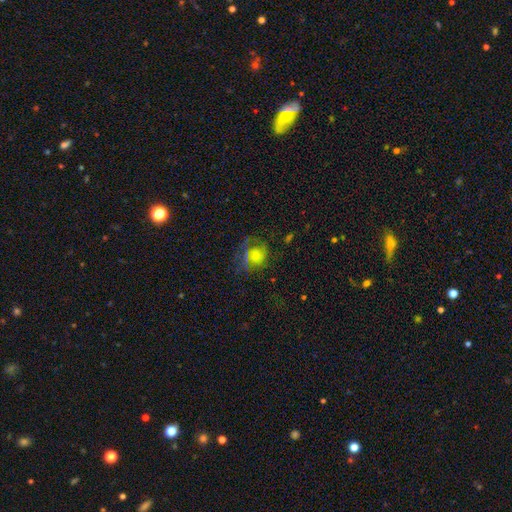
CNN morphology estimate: Overall: smooth (49%; featured or disk 37%). Merging: none (49%; major disturbance 26%).